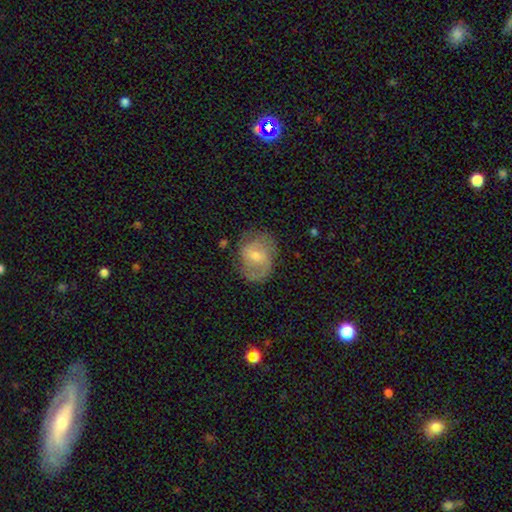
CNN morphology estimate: A featured or disk galaxy (58%) with a weak bar (48%), spiral arms (80%) and a small central bulge (49%).

Vote fractions:
- Smooth or featured? featured or disk: 58% / smooth: 34% / star or artifact: 8%
- Edge-on disk? no: 96% / yes: 4%
- Bar? weak: 48% / no: 40% / strong: 12%
- Spiral arms? yes: 80% / no: 20%
- Bulge size? small: 49% / moderate: 45% / none: 2% / large: 2% / dominant: 1%
- Merging? none: 64% / minor disturbance: 23% / major disturbance: 11% / merger: 2%